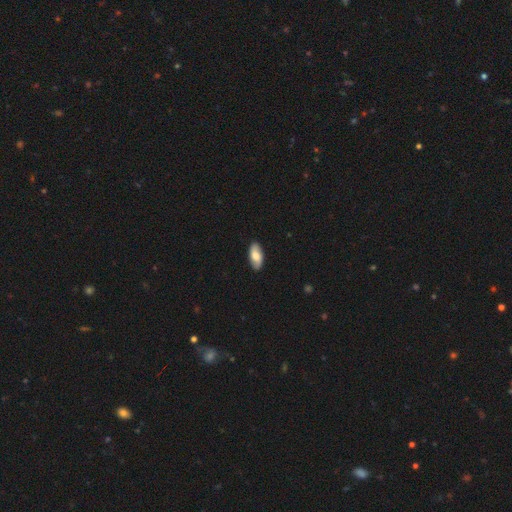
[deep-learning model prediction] Smooth or featured: smooth — 69% (featured or disk — 25%)
How rounded: in between — 89% (cigar-shaped — 9%)
Merging: none — 88% (minor disturbance — 9%)